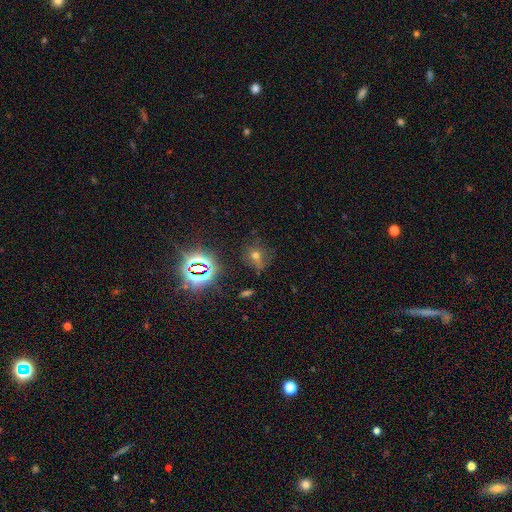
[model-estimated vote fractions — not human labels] Overall: smooth (48%; star or artifact 37%). Merging: none (66%).